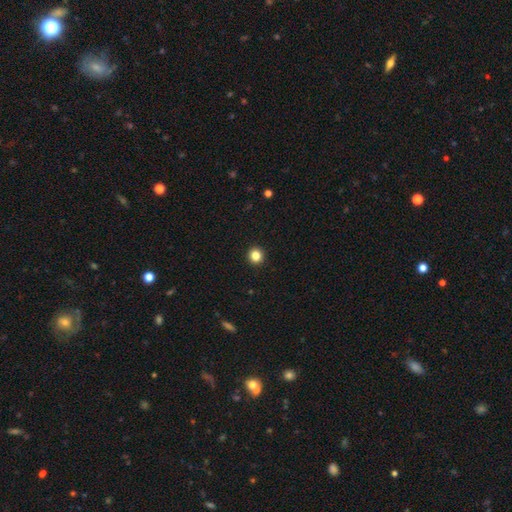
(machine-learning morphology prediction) This appears to be a smooth galaxy with no disk features (84%) that is round (94%). Merging: none (94%).